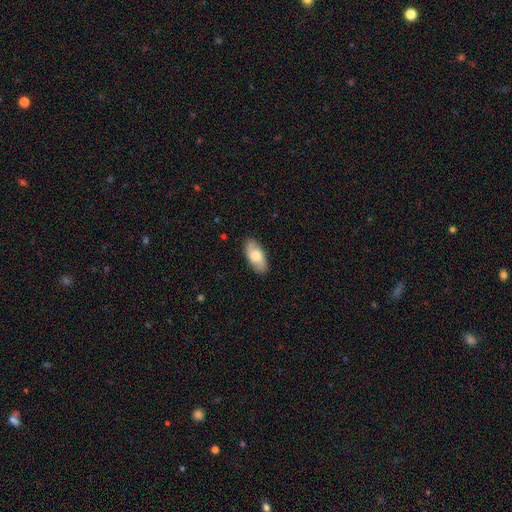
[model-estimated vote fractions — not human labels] Smooth or featured?
  - smooth: 70% *
  - featured or disk: 24%
  - star or artifact: 6%
How rounded?
  - in between: 90% *
  - cigar-shaped: 8%
  - round: 3%
Merging?
  - none: 87% *
  - minor disturbance: 10%
  - major disturbance: 2%
  - merger: 1%